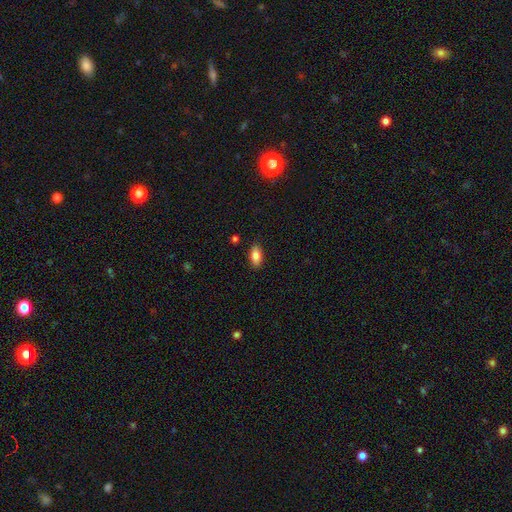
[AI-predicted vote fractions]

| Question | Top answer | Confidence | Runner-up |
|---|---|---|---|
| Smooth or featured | smooth | 84% | featured or disk (8%) |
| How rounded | in between | 90% | cigar-shaped (7%) |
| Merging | none | 87% | minor disturbance (9%) |